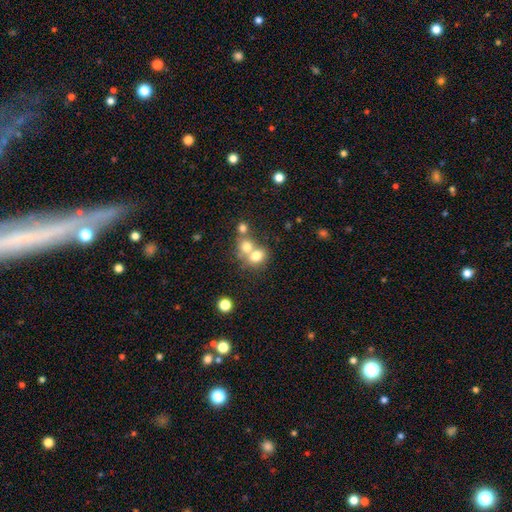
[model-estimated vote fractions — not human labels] Smooth or featured: smooth — 72% (featured or disk — 16%)
How rounded: round — 65% (in between — 34%)
Merging: merger — 59% (none — 31%)